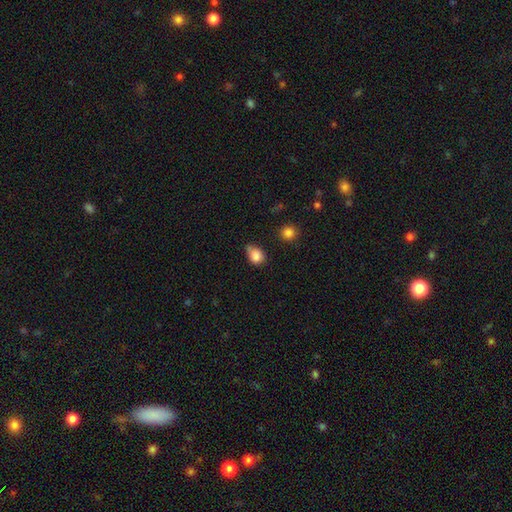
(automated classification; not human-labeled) smooth 84%, star or artifact 10%, featured or disk 6%. Down the decision tree: how rounded — in between (59%); merging — none (44%).